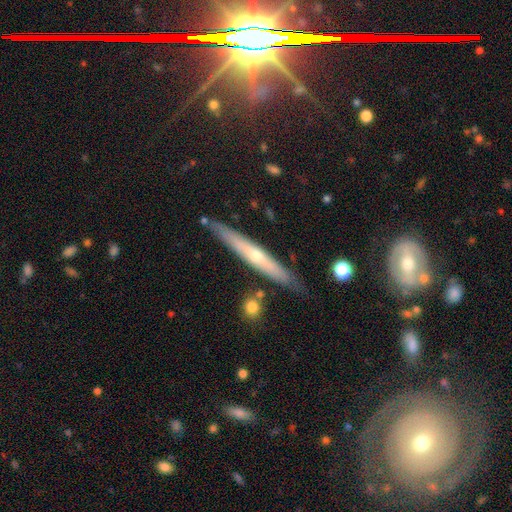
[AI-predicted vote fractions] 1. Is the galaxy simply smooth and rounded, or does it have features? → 61% featured or disk, 32% smooth, 7% star or artifact.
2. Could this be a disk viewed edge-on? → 92% yes, 8% no.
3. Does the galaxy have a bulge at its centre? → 70% rounded, 27% none, 2% boxy.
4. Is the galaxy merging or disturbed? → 85% none, 11% minor disturbance, 3% merger, 2% major disturbance.